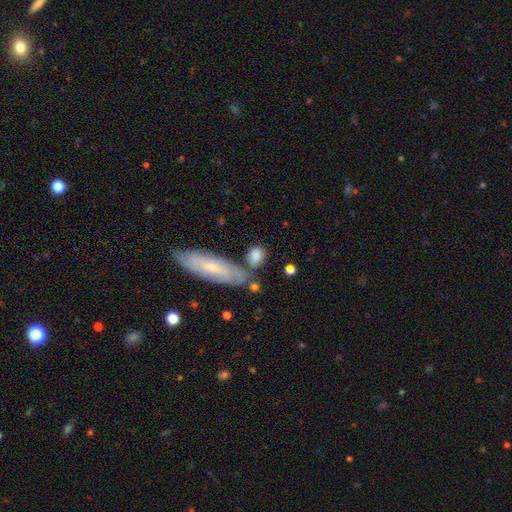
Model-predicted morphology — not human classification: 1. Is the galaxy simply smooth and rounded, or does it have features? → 80% smooth, 13% featured or disk, 7% star or artifact.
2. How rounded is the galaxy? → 55% in between, 34% round, 12% cigar-shaped.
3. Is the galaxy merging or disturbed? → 59% none, 17% minor disturbance, 17% merger, 7% major disturbance.